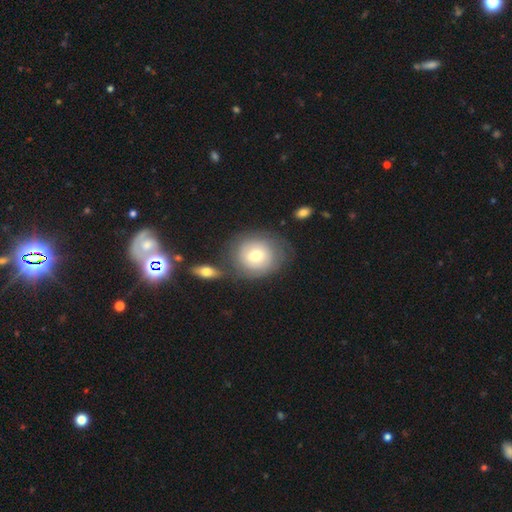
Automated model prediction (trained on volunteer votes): This appears to be a smooth galaxy with no disk features (57%) that is round (75%). Merging: none (64%).